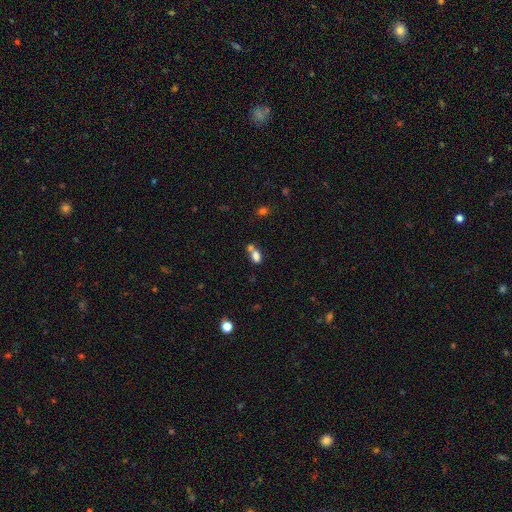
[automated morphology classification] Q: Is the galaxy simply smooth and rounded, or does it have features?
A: smooth — 78%.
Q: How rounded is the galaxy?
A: in between — 83%.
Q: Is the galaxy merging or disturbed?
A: merger — 49%.